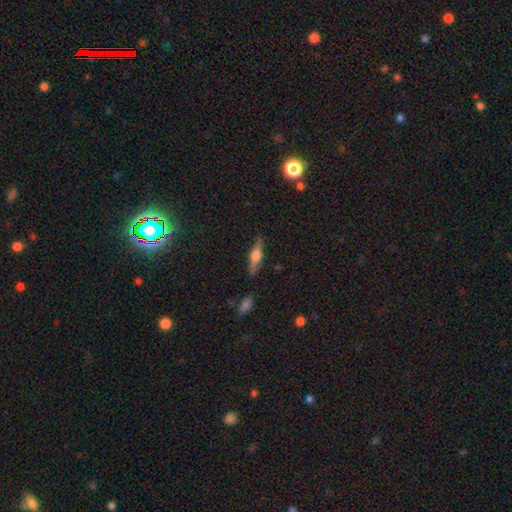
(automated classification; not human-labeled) A featured or disk galaxy (59%) viewed edge-on (95%) with a rounded central bulge (87%).

Vote fractions:
- Smooth or featured? featured or disk: 59% / smooth: 34% / star or artifact: 7%
- Edge-on disk? yes: 95% / no: 5%
- Edge-on bulge? rounded: 87% / boxy: 10% / none: 3%
- Merging? none: 85% / minor disturbance: 11% / major disturbance: 3% / merger: 2%